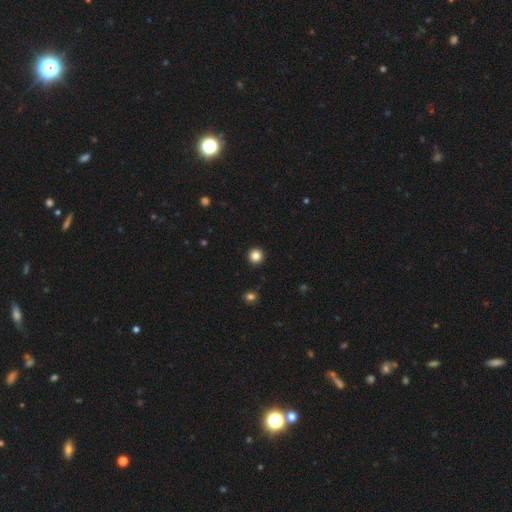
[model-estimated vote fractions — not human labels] Q: Smooth or featured?
A: smooth (84%); runner-up: star or artifact (11%)
Q: How rounded?
A: round (95%); runner-up: in between (4%)
Q: Merging?
A: none (94%); runner-up: minor disturbance (4%)